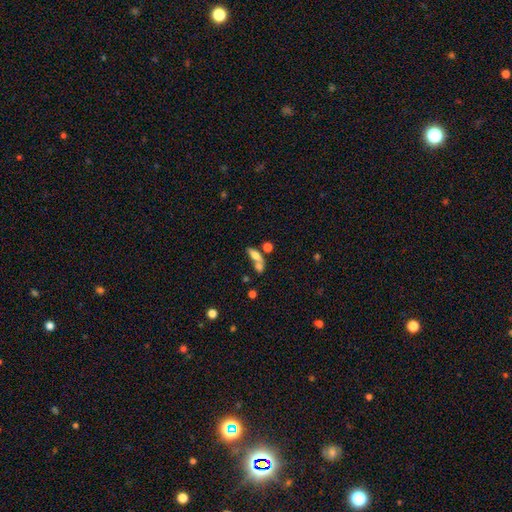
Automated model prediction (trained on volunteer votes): Smooth or featured? Predicted: smooth (p=0.67). How rounded? Predicted: in between (p=0.62). Merging? Predicted: merger (p=0.48).